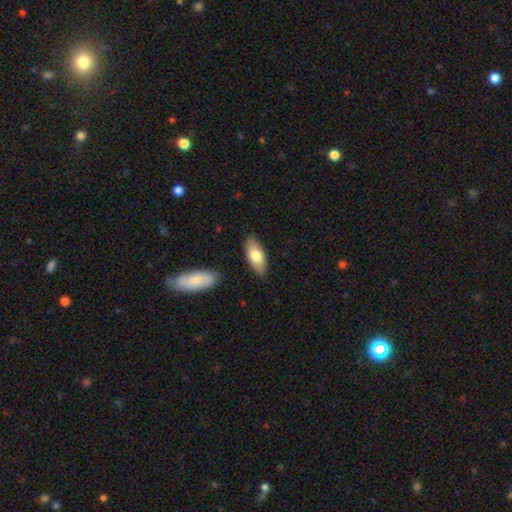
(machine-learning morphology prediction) smooth_or_featured: smooth (p=0.76) [alt: featured or disk p=0.19]
how_rounded: in between (p=0.85) [alt: cigar-shaped p=0.12]
merging: none (p=0.84) [alt: minor disturbance p=0.11]